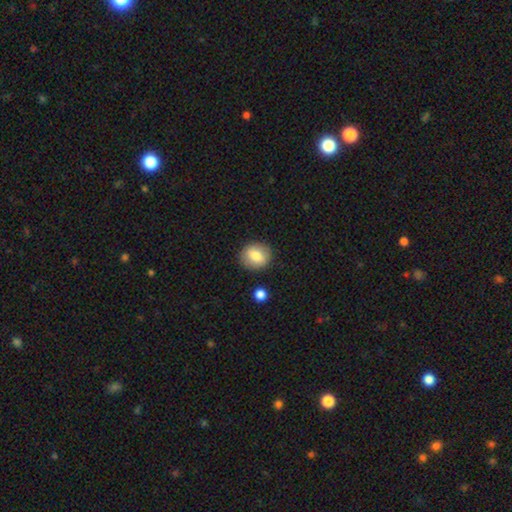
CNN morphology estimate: This is likely a smooth galaxy (79%). How rounded: likely round (68%). Merging: clearly none (86%).